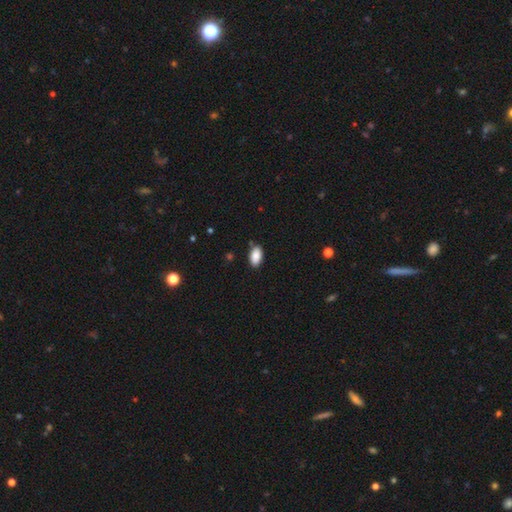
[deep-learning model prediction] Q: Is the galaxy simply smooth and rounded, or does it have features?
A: smooth — 88%.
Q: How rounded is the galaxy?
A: in between — 94%.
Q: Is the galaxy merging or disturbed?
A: none — 82%.